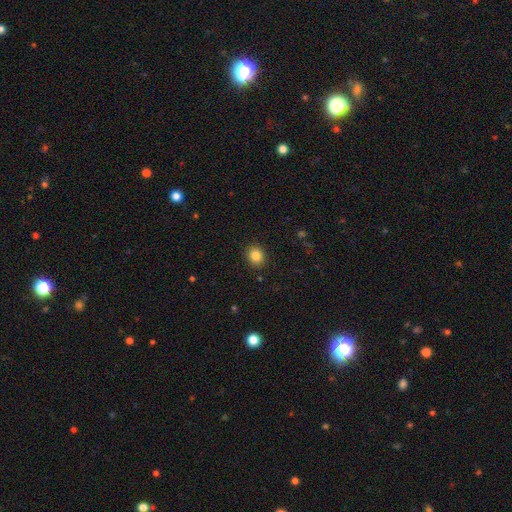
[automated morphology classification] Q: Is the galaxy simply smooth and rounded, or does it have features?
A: smooth — 84%.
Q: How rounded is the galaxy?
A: round — 67%.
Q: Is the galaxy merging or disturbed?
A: none — 90%.